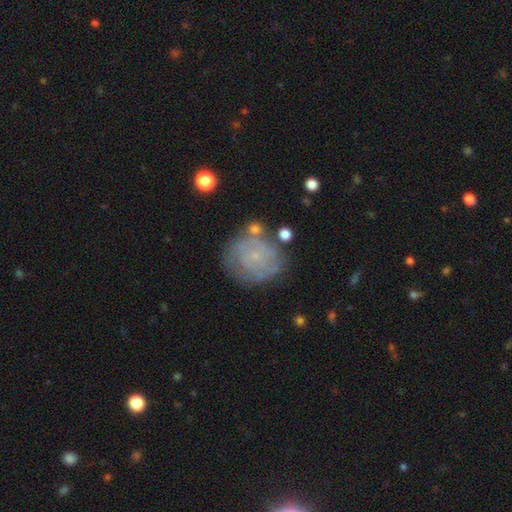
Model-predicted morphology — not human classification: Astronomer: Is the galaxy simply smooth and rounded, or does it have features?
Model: featured or disk — 56% (runner-up: smooth, 34%).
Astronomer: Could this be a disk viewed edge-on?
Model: no — 98%.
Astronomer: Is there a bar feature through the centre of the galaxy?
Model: no — 83%.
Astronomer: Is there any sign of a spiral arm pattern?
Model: yes — 70%.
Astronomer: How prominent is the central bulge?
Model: small — 83%.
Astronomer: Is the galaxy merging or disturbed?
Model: none — 66%.